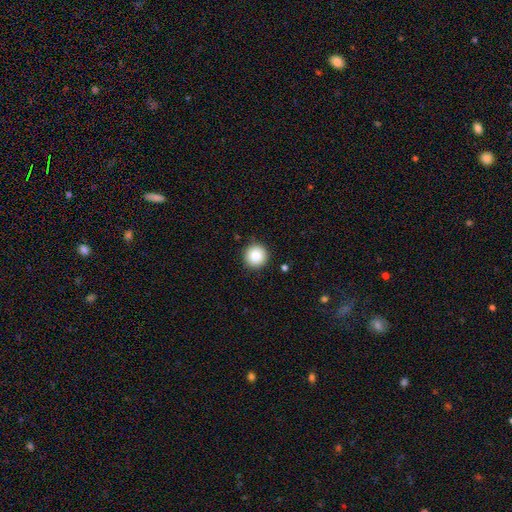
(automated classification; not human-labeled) The model was most divided on "smooth or featured": smooth: 85%, star or artifact: 9%, featured or disk: 6%. More confident: how rounded — round (95%); merging — none (91%).